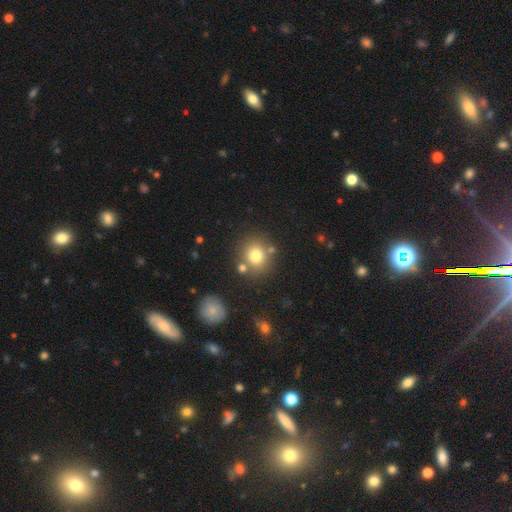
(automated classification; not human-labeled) A smooth galaxy with no disk features (76%) that is round (82%). Merging: none (74%).